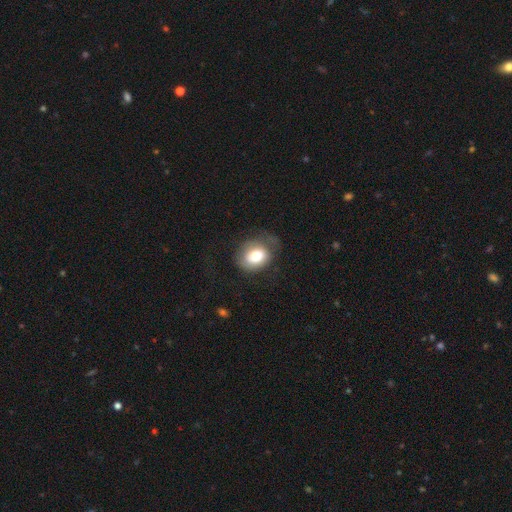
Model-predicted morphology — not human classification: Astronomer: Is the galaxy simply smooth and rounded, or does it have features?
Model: smooth — 74%.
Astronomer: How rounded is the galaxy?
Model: in between — 53% (runner-up: round, 46%).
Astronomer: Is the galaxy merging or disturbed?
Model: none — 55%.